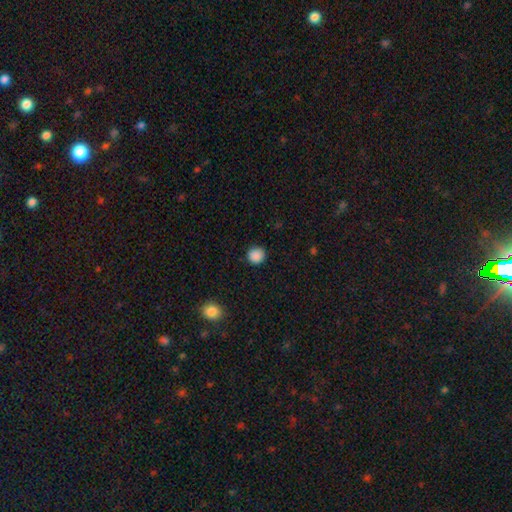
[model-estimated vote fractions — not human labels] Smooth or featured?
  - smooth: 88% *
  - star or artifact: 9%
  - featured or disk: 2%
How rounded?
  - round: 92% *
  - in between: 7%
  - cigar-shaped: 1%
Merging?
  - none: 90% *
  - minor disturbance: 7%
  - major disturbance: 2%
  - merger: 1%